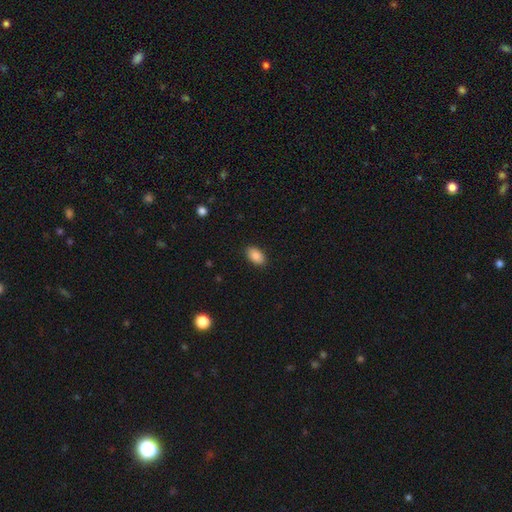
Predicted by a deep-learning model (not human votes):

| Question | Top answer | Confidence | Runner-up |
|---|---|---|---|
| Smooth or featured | smooth | 88% | star or artifact (8%) |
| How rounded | in between | 91% | round (7%) |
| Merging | none | 89% | minor disturbance (8%) |